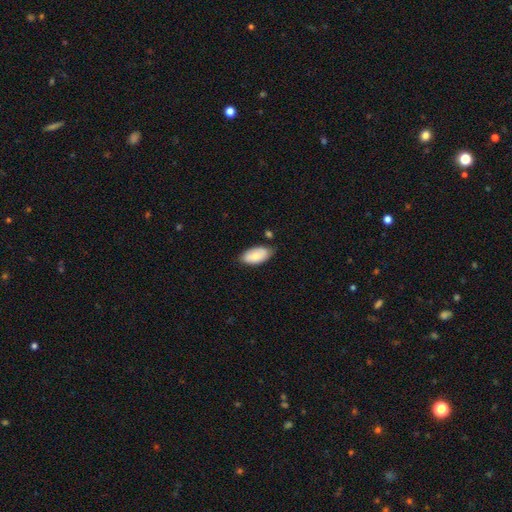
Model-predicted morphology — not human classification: type=smooth (75%); roundness=in between (95%); merging=none (73%).